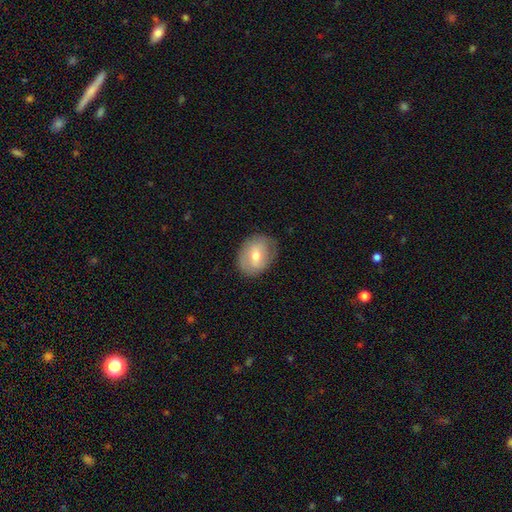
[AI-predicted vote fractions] The model was most divided on "how rounded": in between: 53%, round: 46%, cigar-shaped: 1%. More confident: merging — none (79%); smooth or featured — smooth (57%).